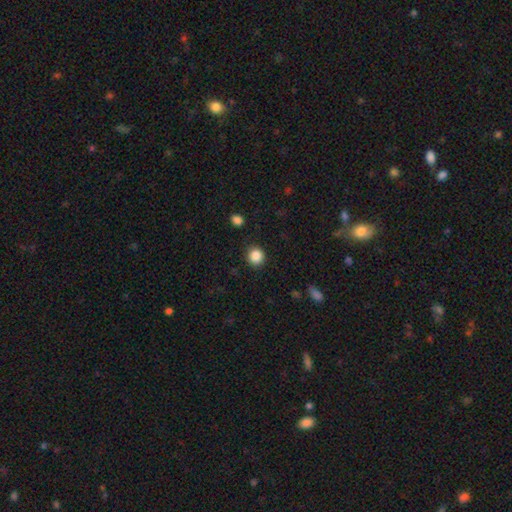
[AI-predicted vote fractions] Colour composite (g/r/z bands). It shows a smooth galaxy with no disk features (87%) that is round (90%). Merging: none (89%).